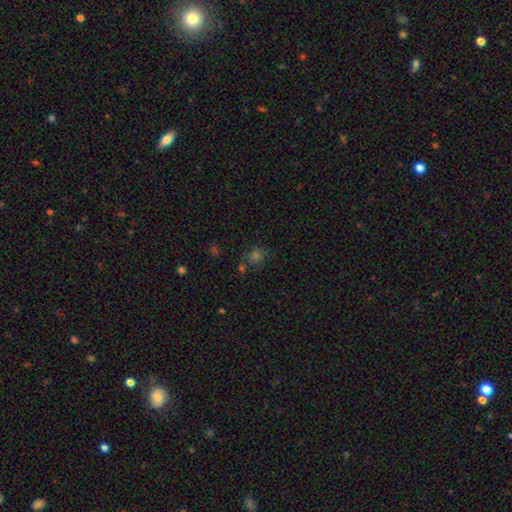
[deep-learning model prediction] smooth_or_featured: smooth (p=0.56) [alt: star or artifact p=0.35]
how_rounded: round (p=0.75) [alt: in between p=0.24]
merging: none (p=0.74) [alt: minor disturbance p=0.13]